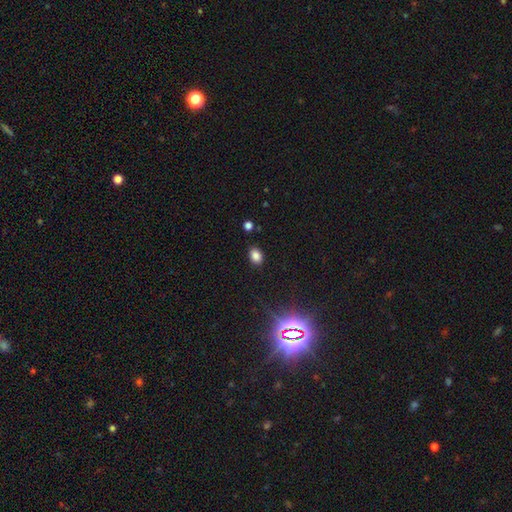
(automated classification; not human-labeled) Overall: smooth (81%). How rounded: in between (77%). Merging: none (85%).